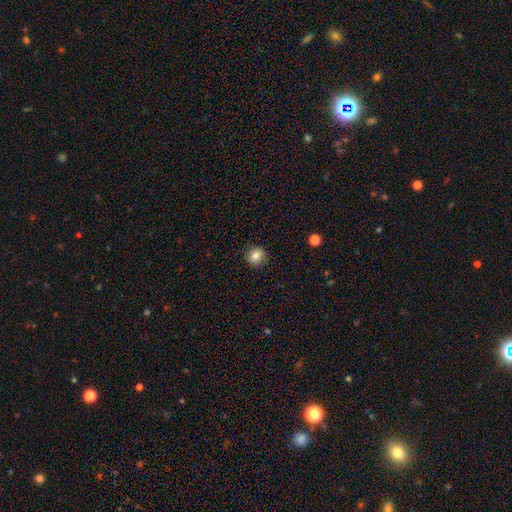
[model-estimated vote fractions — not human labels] This appears to be a smooth galaxy with no disk features (84%) that is round (90%). Merging: none (89%).